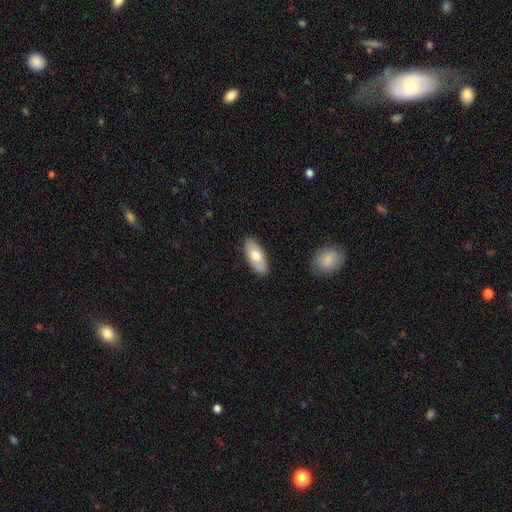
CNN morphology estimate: Smooth or featured? Predicted: smooth (p=0.68). How rounded? Predicted: in between (p=0.90). Merging? Predicted: none (p=0.87).